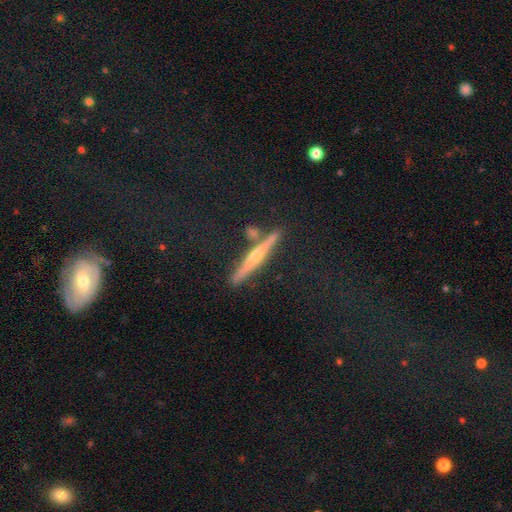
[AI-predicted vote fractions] Smooth or featured? featured or disk (51%)
Edge-on disk? yes (93%)
Merging? none (83%)